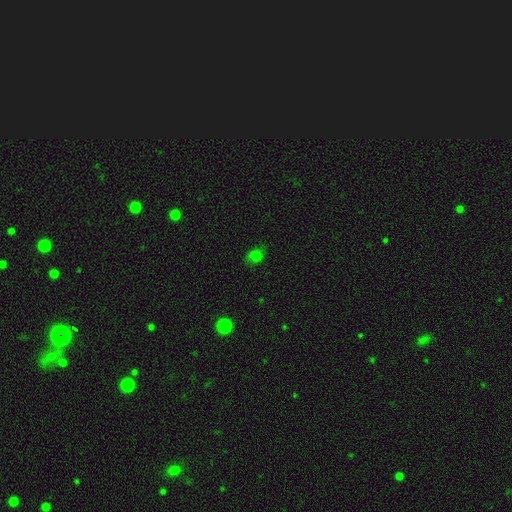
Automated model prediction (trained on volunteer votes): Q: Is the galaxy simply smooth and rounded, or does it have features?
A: smooth — 69%.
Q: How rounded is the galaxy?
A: round — 56%.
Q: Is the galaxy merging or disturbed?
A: none — 72%.